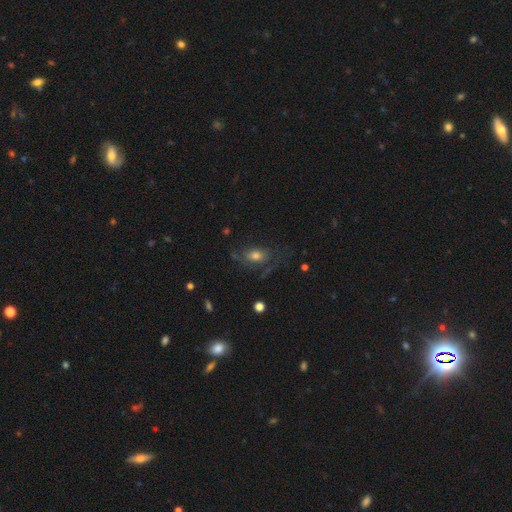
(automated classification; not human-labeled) Smooth or featured? Predicted: smooth (p=0.57). How rounded? Predicted: in between (p=0.81). Merging? Predicted: none (p=0.57).